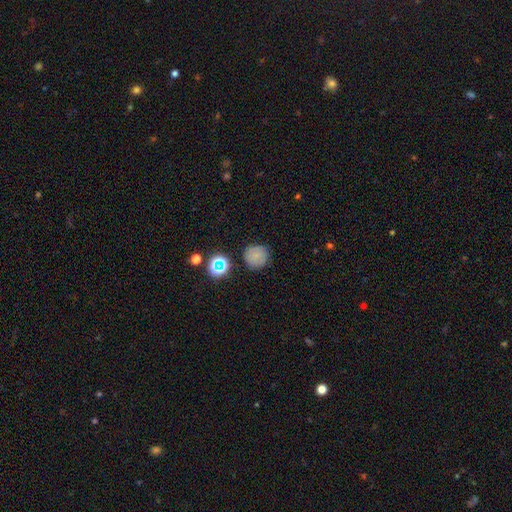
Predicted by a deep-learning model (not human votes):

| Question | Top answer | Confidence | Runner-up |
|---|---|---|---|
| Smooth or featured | smooth | 73% | star or artifact (16%) |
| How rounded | round | 93% | in between (6%) |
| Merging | none | 84% | minor disturbance (11%) |